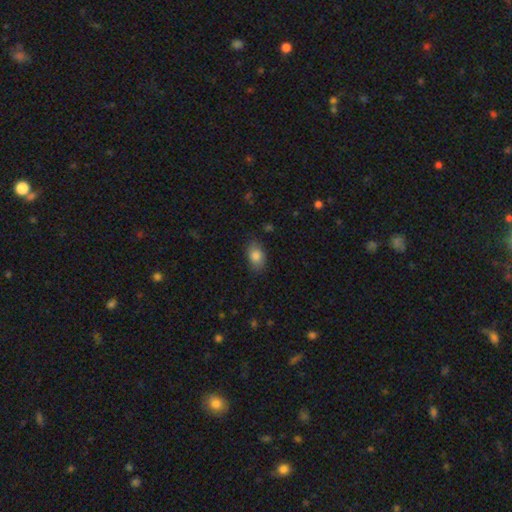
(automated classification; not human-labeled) Morphology: type=smooth (84%); roundness=in between (87%); merging=none (79%).